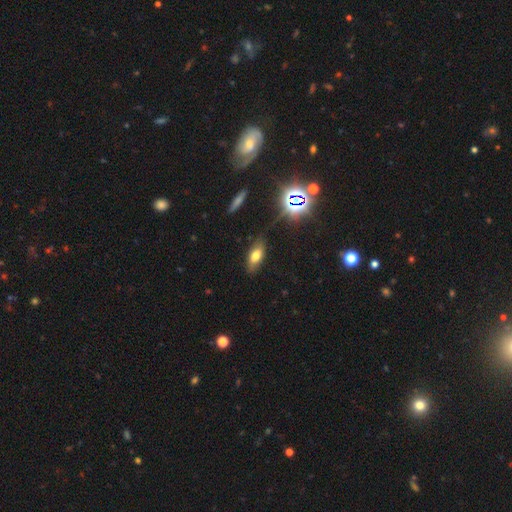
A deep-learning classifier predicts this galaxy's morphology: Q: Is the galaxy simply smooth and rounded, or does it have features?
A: smooth — 67%.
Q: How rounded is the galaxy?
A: in between — 82%.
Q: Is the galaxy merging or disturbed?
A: none — 80%.